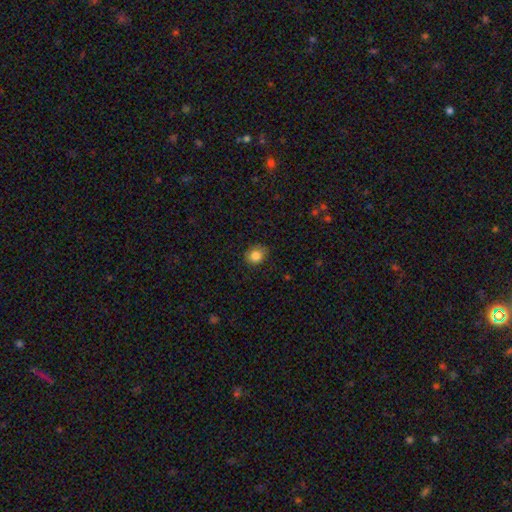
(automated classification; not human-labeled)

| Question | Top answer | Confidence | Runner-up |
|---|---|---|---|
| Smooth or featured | smooth | 84% | star or artifact (10%) |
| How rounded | round | 62% | in between (37%) |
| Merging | none | 82% | minor disturbance (15%) |